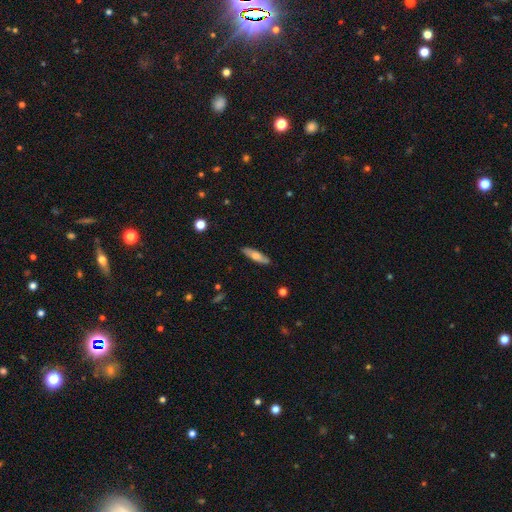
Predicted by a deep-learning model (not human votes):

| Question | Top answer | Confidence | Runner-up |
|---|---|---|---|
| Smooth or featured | smooth | 60% | featured or disk (34%) |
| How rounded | cigar-shaped | 70% | in between (28%) |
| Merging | none | 88% | minor disturbance (9%) |